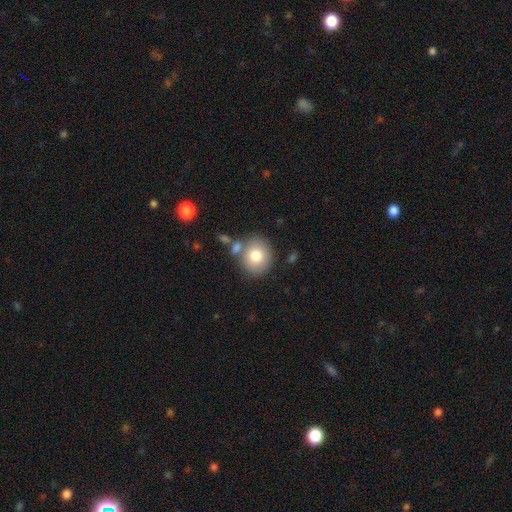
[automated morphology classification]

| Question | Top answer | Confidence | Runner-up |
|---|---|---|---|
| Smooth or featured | smooth | 78% | featured or disk (14%) |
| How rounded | round | 79% | in between (20%) |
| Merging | none | 69% | merger (14%) |